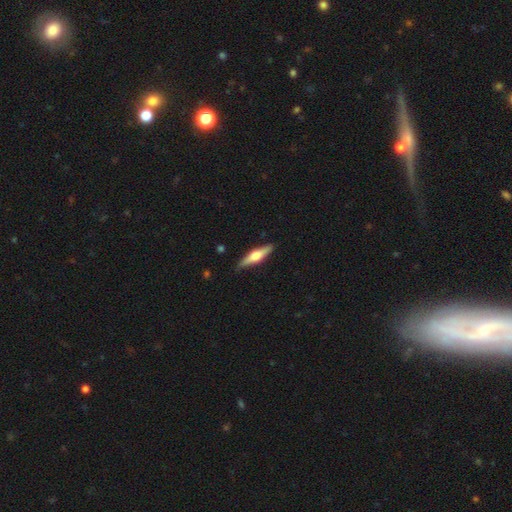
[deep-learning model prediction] featured or disk 56%, smooth 39%, star or artifact 5%. Down the decision tree: edge-on disk — yes (95%); edge-on bulge — rounded (92%); merging — none (88%).